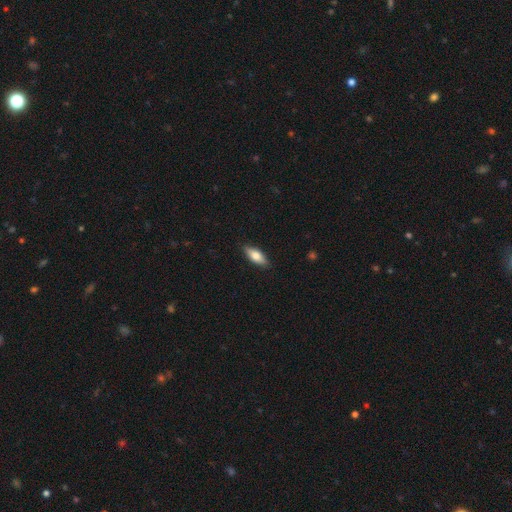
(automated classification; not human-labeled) Smooth or featured?
  - smooth: 71% *
  - featured or disk: 23%
  - star or artifact: 6%
How rounded?
  - in between: 71% *
  - cigar-shaped: 26%
  - round: 3%
Merging?
  - none: 87% *
  - minor disturbance: 10%
  - major disturbance: 2%
  - merger: 1%